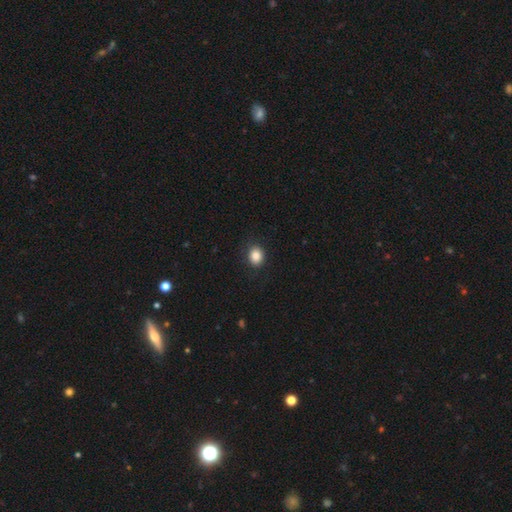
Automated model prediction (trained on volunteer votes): A smooth galaxy with no disk features (86%) that is round (58%). Merging: none (87%).